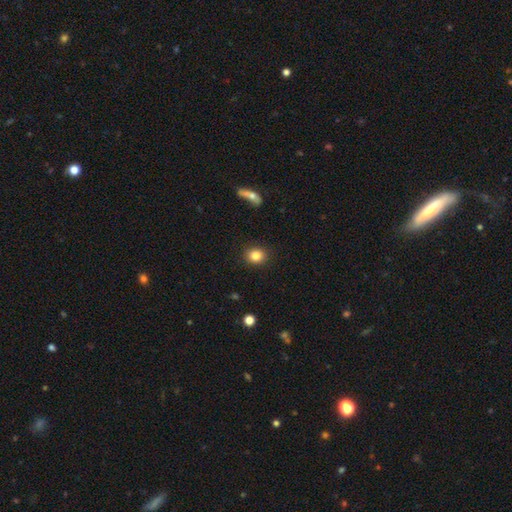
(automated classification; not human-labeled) Smooth or featured: smooth — 84% (star or artifact — 10%)
How rounded: round — 75% (in between — 24%)
Merging: none — 89% (minor disturbance — 7%)